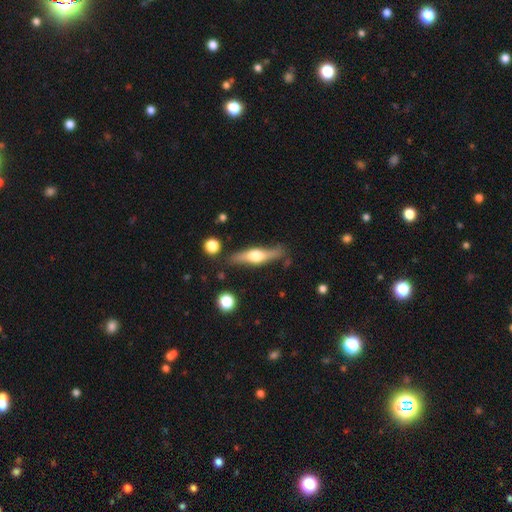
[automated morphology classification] featured or disk 62%, smooth 32%, star or artifact 5%. Down the decision tree: edge-on disk — yes (93%); edge-on bulge — rounded (94%); merging — none (78%).